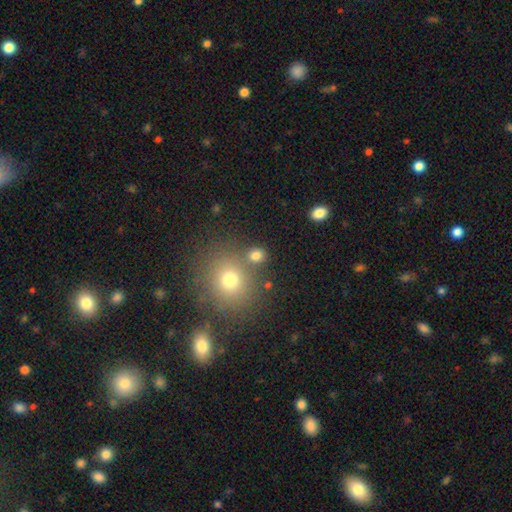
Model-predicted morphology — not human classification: This appears to be a smooth galaxy with no disk features (77%) that is round (79%). Merging: none (72%).